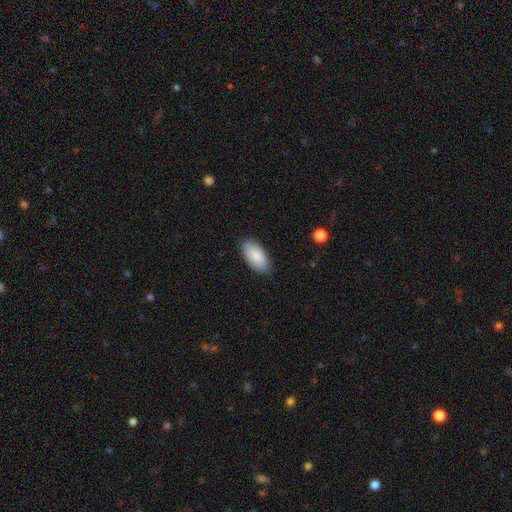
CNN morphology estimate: smooth-or-featured: smooth: 87% | featured or disk: 7% | star or artifact: 6%
  how-rounded: in between: 94% | cigar-shaped: 4% | round: 2%
  merging: none: 84% | minor disturbance: 13% | major disturbance: 2% | merger: 1%